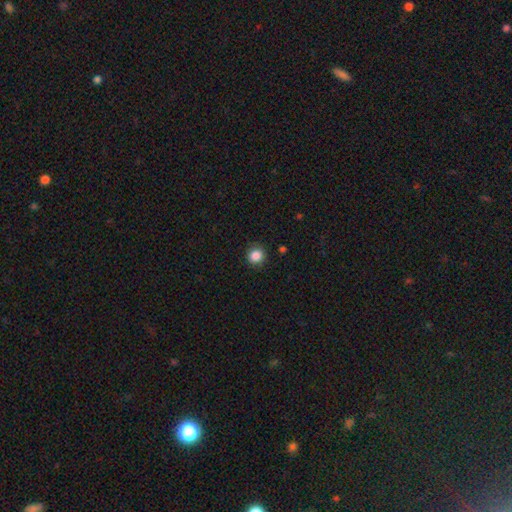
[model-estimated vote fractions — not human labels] Smooth or featured? smooth (86%)
How rounded? round (91%)
Merging? none (90%)